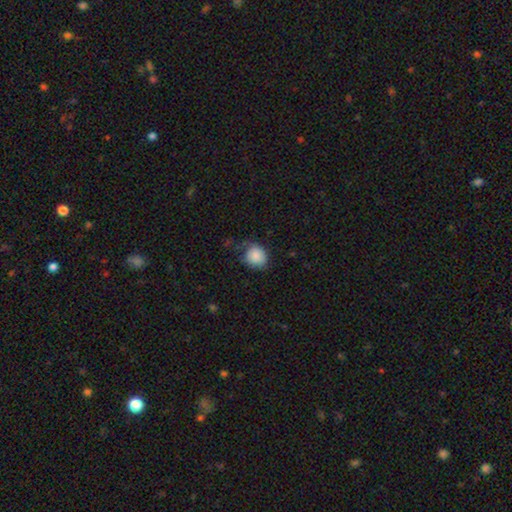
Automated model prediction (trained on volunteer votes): smooth_or_featured: smooth (p=0.85) [alt: star or artifact p=0.08]
how_rounded: round (p=0.71) [alt: in between p=0.28]
merging: none (p=0.59) [alt: minor disturbance p=0.29]